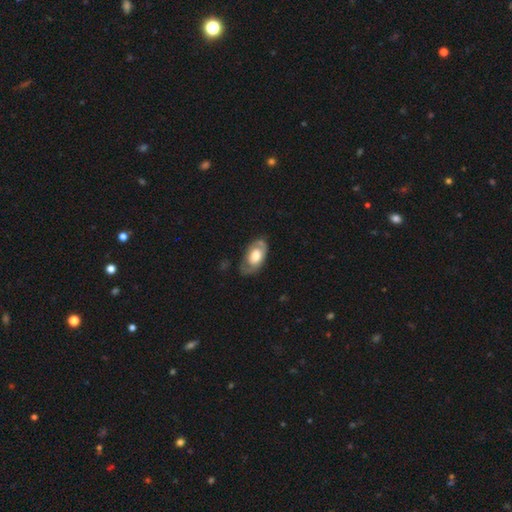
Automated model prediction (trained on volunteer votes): Q: Smooth or featured?
A: featured or disk (56%); runner-up: smooth (39%)
Q: Edge-on disk?
A: no (90%); runner-up: yes (10%)
Q: Merging?
A: none (66%); runner-up: minor disturbance (23%)